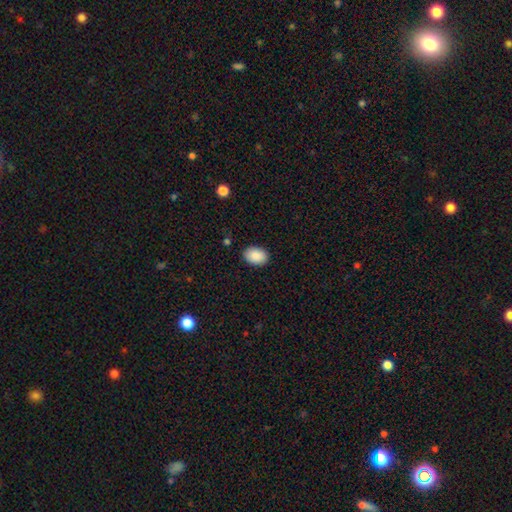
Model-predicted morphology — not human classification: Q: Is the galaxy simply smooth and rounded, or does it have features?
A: smooth — 90%.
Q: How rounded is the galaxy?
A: in between — 85%.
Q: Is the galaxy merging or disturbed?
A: none — 89%.